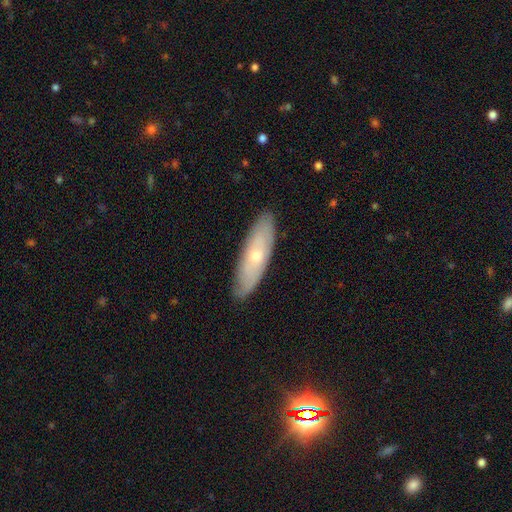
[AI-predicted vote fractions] The model was most divided on "smooth or featured": featured or disk: 47%, smooth: 46%, star or artifact: 7%. More confident: merging — none (85%).